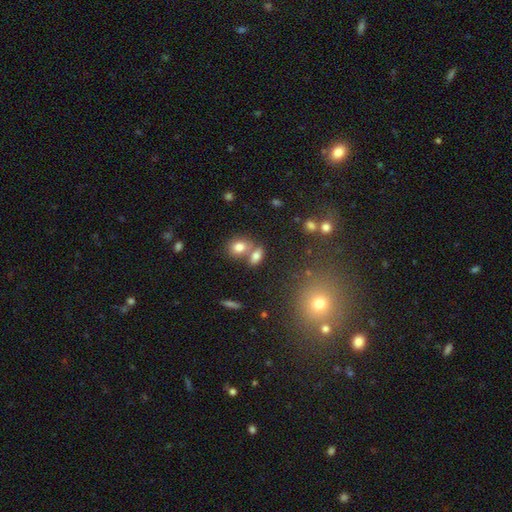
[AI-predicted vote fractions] Smooth or featured? Predicted: smooth (p=0.75). How rounded? Predicted: in between (p=0.74). Merging? Predicted: none (p=0.48).